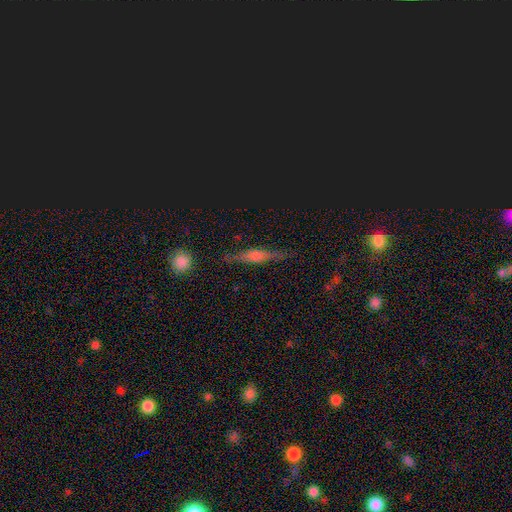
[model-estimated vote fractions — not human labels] A featured or disk galaxy (62%) viewed edge-on (94%) with a rounded central bulge (70%).

Vote fractions:
- Smooth or featured? featured or disk: 62% / smooth: 21% / star or artifact: 18%
- Edge-on disk? yes: 94% / no: 6%
- Edge-on bulge? rounded: 70% / boxy: 21% / none: 9%
- Merging? none: 85% / minor disturbance: 10% / major disturbance: 3% / merger: 2%